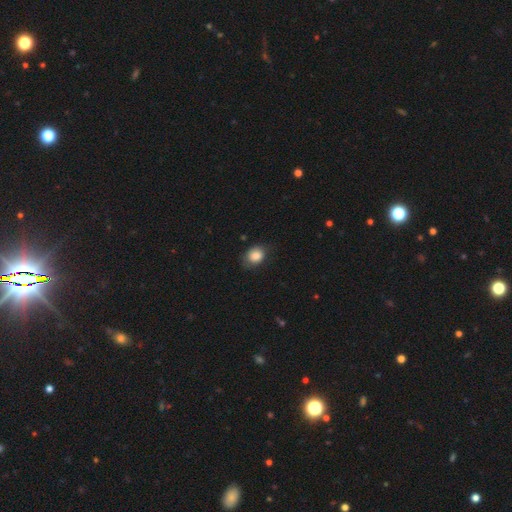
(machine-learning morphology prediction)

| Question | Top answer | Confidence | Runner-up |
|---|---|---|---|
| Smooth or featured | smooth | 84% | star or artifact (9%) |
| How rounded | in between | 54% | round (45%) |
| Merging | none | 72% | minor disturbance (22%) |